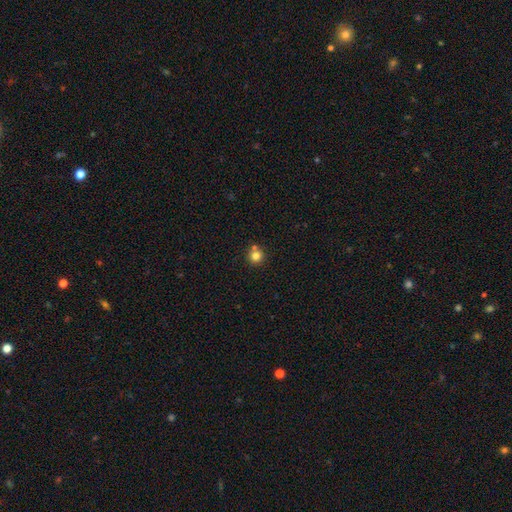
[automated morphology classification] Smooth or featured: smooth — 80% (star or artifact — 13%)
How rounded: round — 94% (in between — 5%)
Merging: none — 71% (merger — 19%)